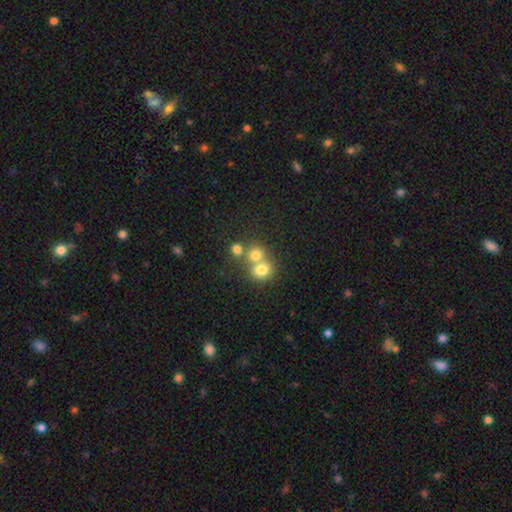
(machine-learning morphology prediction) Overall: smooth (65%). How rounded: round (81%). Merging: merger (53%; none 38%).